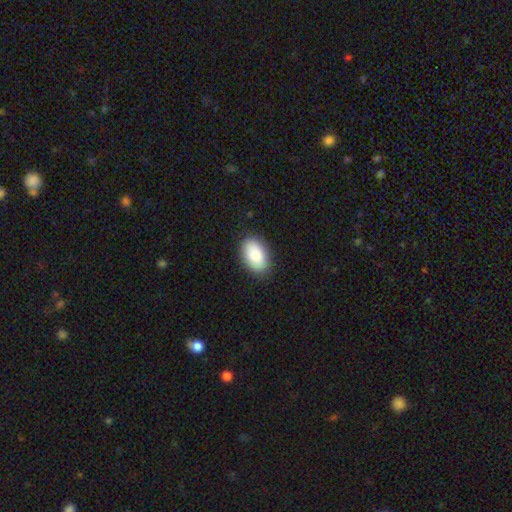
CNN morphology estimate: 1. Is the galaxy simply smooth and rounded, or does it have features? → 86% smooth, 8% featured or disk, 6% star or artifact.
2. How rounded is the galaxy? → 92% in between, 7% round, 1% cigar-shaped.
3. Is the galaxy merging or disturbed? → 87% none, 9% minor disturbance, 2% major disturbance, 1% merger.